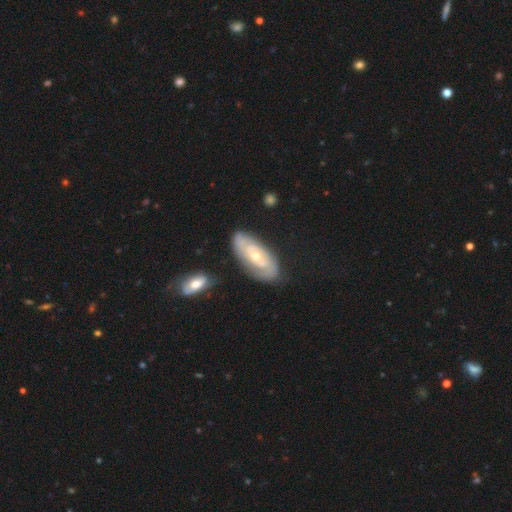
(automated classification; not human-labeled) featured or disk 72%, smooth 23%, star or artifact 6%. Down the decision tree: edge-on disk — no (91%); bar — no (70%); spiral arms — yes (76%); bulge size — small (49%); merging — none (73%).